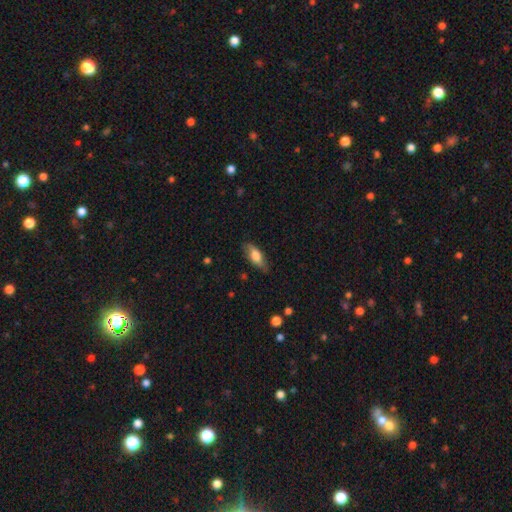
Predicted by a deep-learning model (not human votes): smooth 68%, featured or disk 25%, star or artifact 7%. Down the decision tree: how rounded — in between (75%); merging — none (75%).